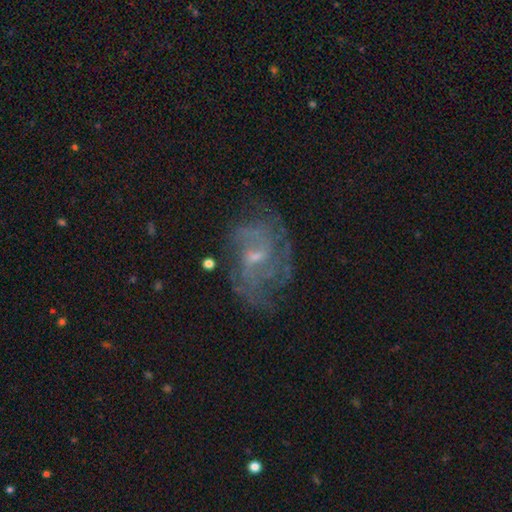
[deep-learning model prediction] Smooth or featured? featured or disk (80%)
Edge-on disk? no (97%)
Bar? weak (51%)
Spiral arms? yes (87%)
Spiral winding? medium (44%)
Spiral arm count? can't tell (39%)
Bulge size? small (66%)
Merging? none (61%)